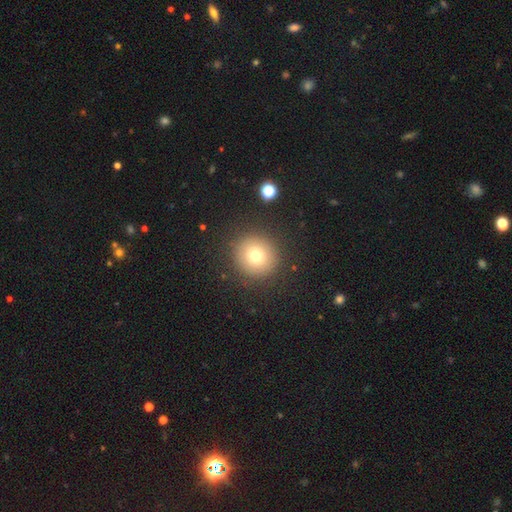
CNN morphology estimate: type=smooth (75%); roundness=round (94%); merging=none (89%).